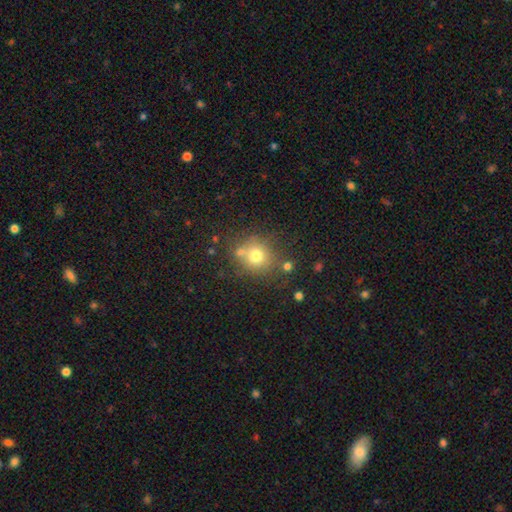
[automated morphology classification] smooth 71%, star or artifact 16%, featured or disk 13%. Down the decision tree: how rounded — round (84%); merging — none (68%).